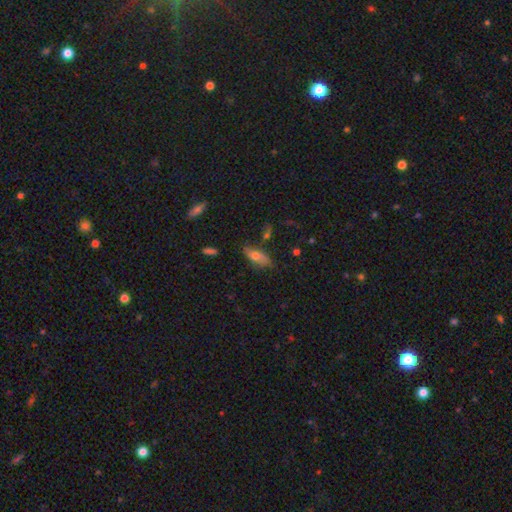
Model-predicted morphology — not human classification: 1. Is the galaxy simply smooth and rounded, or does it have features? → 61% smooth, 29% featured or disk, 10% star or artifact.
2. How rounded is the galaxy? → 74% in between, 23% cigar-shaped, 4% round.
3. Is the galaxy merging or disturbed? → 61% none, 26% minor disturbance, 7% major disturbance, 6% merger.